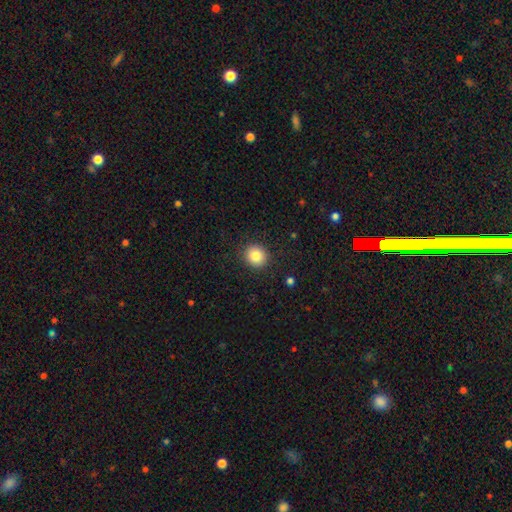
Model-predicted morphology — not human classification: smooth-or-featured: smooth: 83% | star or artifact: 10% | featured or disk: 7%
  how-rounded: round: 87% | in between: 12% | cigar-shaped: 1%
  merging: none: 90% | minor disturbance: 6% | major disturbance: 2% | merger: 1%